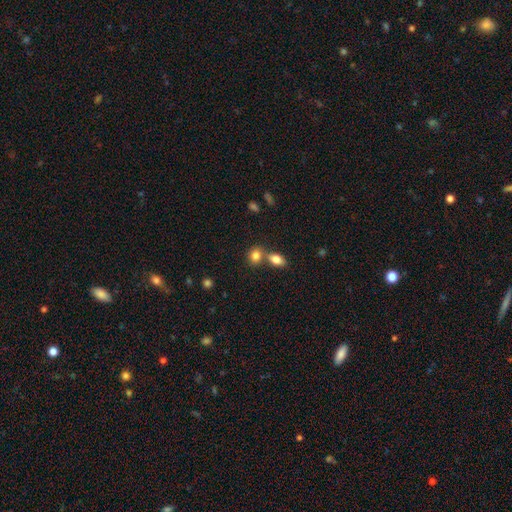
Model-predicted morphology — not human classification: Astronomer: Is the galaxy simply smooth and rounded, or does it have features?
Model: smooth — 83%.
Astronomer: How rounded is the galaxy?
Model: in between — 52% (runner-up: round, 46%).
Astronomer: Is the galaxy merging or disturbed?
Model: none — 48% (runner-up: merger, 40%).